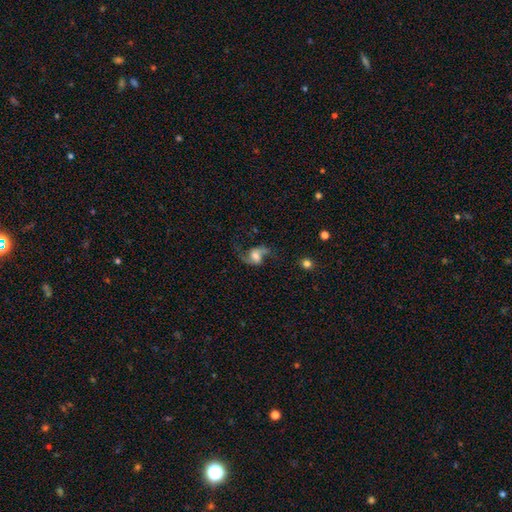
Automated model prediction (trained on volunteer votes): This is likely a featured or disk galaxy (71%). It is clearly not viewed edge-on (97%). Bar: possibly no (50%). Spiral arm pattern: clearly yes (91%). Spiral arm count: clearly 2 (88%). Spiral winding: likely loose (78%). Central bulge: possibly moderate (48%). Merging: possibly none (55%).